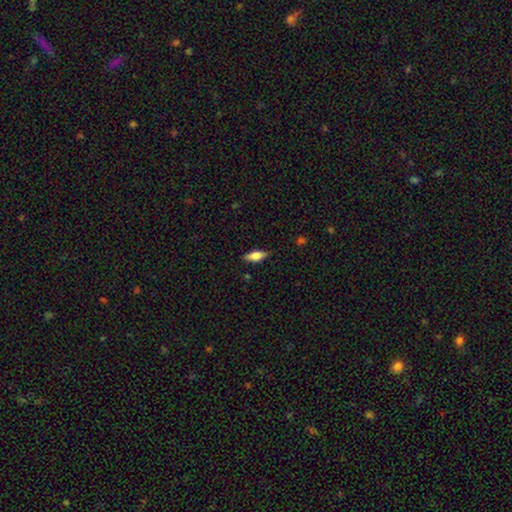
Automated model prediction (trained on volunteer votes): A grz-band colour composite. It shows a smooth galaxy with no disk features (66%) that is in between round and cigar-shaped (72%). Merging: none (83%).